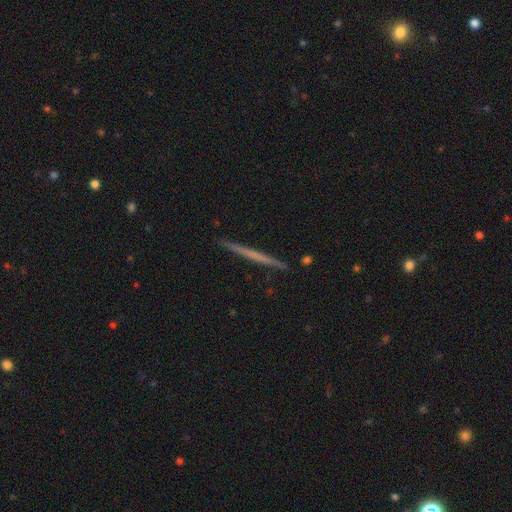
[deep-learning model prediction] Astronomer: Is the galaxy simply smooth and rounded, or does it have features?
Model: featured or disk — 54% (runner-up: smooth, 40%).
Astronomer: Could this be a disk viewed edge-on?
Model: yes — 98%.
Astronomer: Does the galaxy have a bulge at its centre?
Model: none — 90%.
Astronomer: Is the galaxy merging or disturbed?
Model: none — 91%.